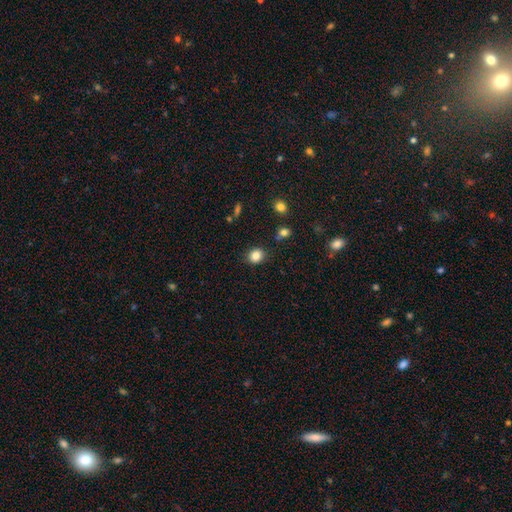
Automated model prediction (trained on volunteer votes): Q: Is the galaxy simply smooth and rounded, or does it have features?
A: smooth — 84%.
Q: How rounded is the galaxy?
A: round — 67%.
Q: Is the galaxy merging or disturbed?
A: none — 84%.